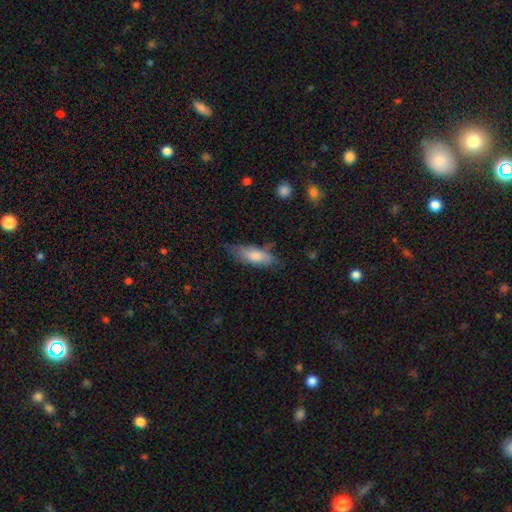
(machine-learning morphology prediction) Overall: smooth (76%). How rounded: in between (66%; cigar-shaped 32%). Merging: none (56%; minor disturbance 31%).